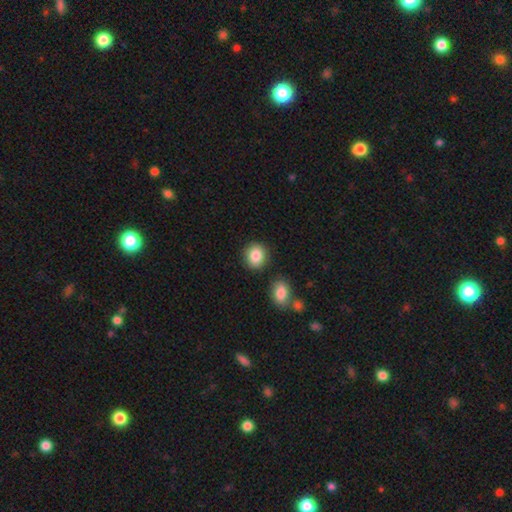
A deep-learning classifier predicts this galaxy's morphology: A smooth galaxy with no disk features (85%) that is round (77%).

Vote fractions:
- Smooth or featured? smooth: 85% / star or artifact: 8% / featured or disk: 6%
- How rounded? round: 77% / in between: 22% / cigar-shaped: 1%
- Merging? none: 83% / minor disturbance: 10% / merger: 5% / major disturbance: 3%